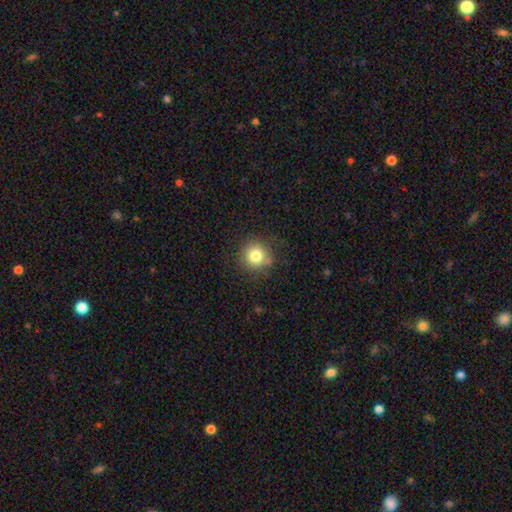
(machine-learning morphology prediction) Overall: smooth (81%). How rounded: round (93%). Merging: none (85%).